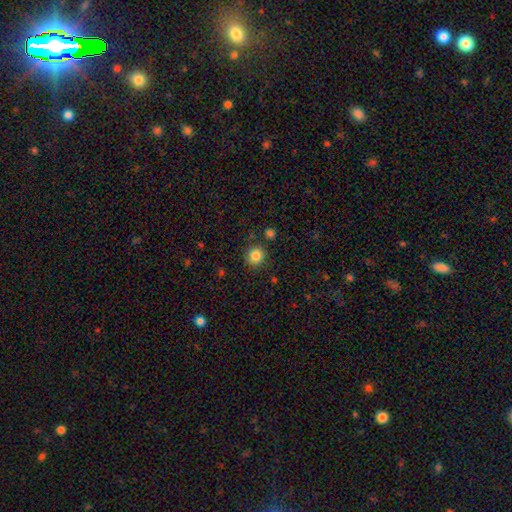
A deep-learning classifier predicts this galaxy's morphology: smooth 85%, star or artifact 11%, featured or disk 4%. Down the decision tree: how rounded — round (91%); merging — none (85%).